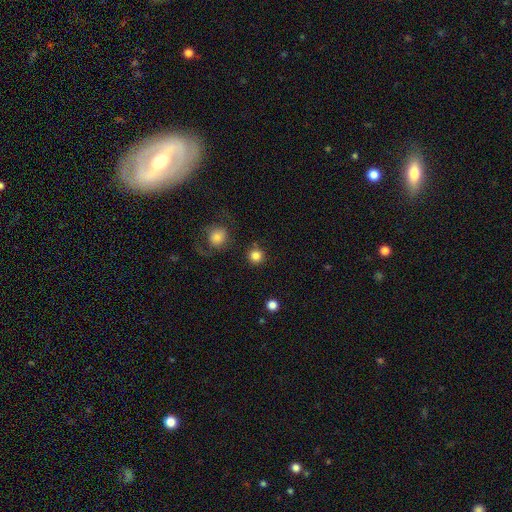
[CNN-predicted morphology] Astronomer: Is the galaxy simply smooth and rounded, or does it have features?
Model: smooth — 84%.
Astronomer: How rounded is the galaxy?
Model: round — 95%.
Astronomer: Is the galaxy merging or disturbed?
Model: none — 88%.